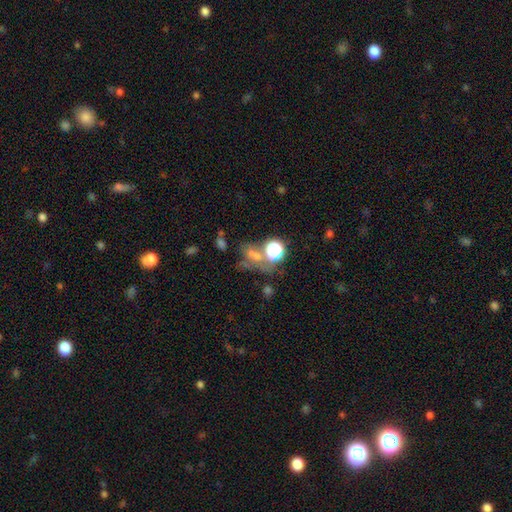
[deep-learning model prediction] smooth-or-featured: star or artifact: 50% | smooth: 32% | featured or disk: 18%